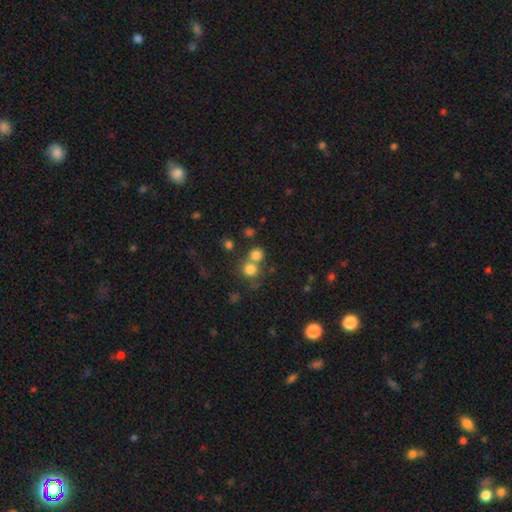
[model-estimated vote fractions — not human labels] The model was most divided on "merging": none: 54%, merger: 36%, minor disturbance: 6%, major disturbance: 3%. More confident: how rounded — round (88%); smooth or featured — smooth (76%).